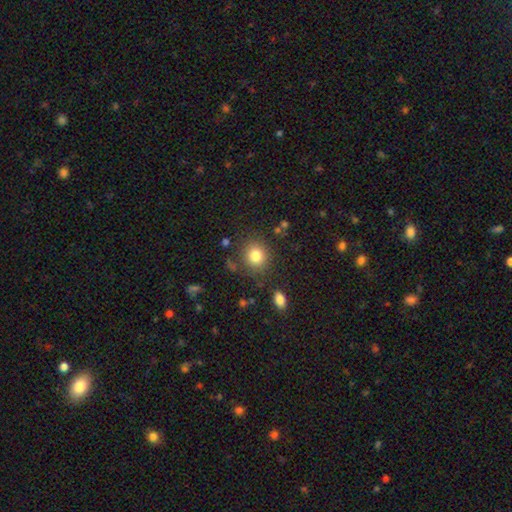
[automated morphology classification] Smooth or featured? smooth (81%)
How rounded? round (80%)
Merging? none (83%)